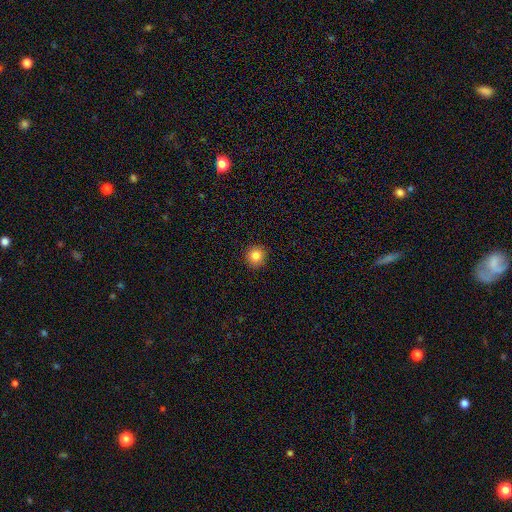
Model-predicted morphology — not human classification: Smooth or featured? Predicted: smooth (p=0.84). How rounded? Predicted: round (p=0.91). Merging? Predicted: none (p=0.90).